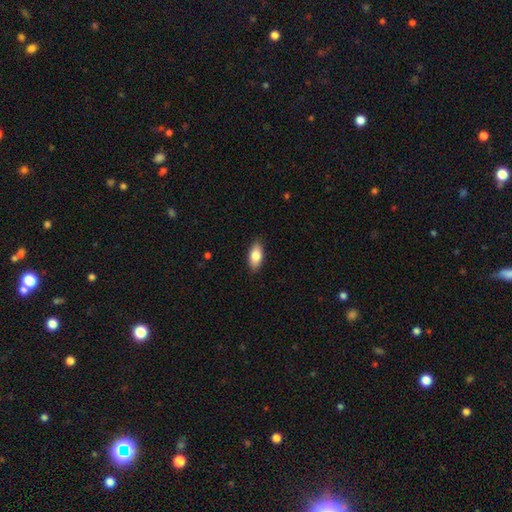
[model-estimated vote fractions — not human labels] Smooth or featured? Predicted: smooth (p=0.82). How rounded? Predicted: in between (p=0.89). Merging? Predicted: none (p=0.88).